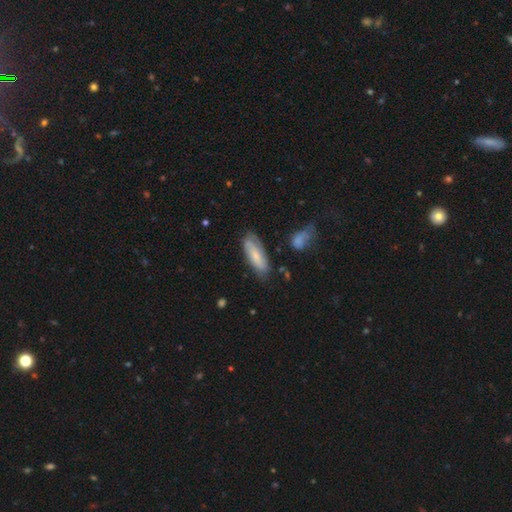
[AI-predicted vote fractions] smooth-or-featured: smooth: 64% | featured or disk: 29% | star or artifact: 6%
  how-rounded: in between: 62% | cigar-shaped: 37% | round: 2%
  merging: none: 69% | minor disturbance: 22% | major disturbance: 6% | merger: 4%